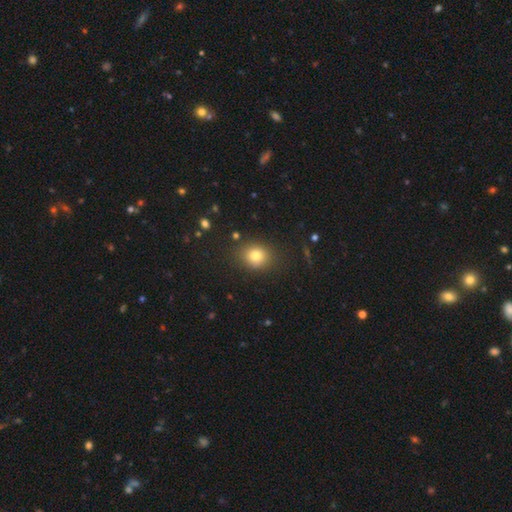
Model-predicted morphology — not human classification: Smooth or featured: smooth — 79% (star or artifact — 13%)
How rounded: round — 68% (in between — 31%)
Merging: none — 83% (minor disturbance — 11%)